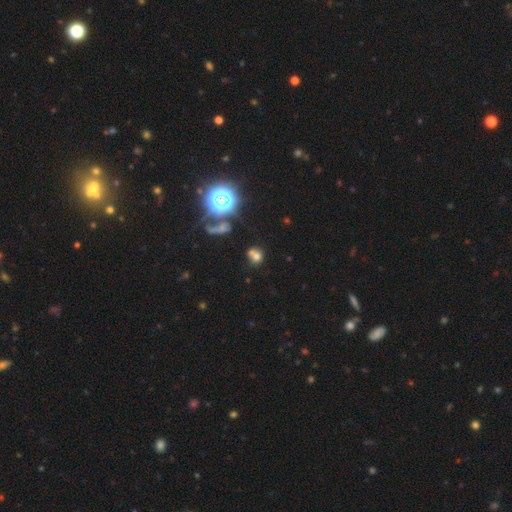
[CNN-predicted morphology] Smooth or featured? Predicted: smooth (p=0.60). How rounded? Predicted: round (p=0.71). Merging? Predicted: none (p=0.43).